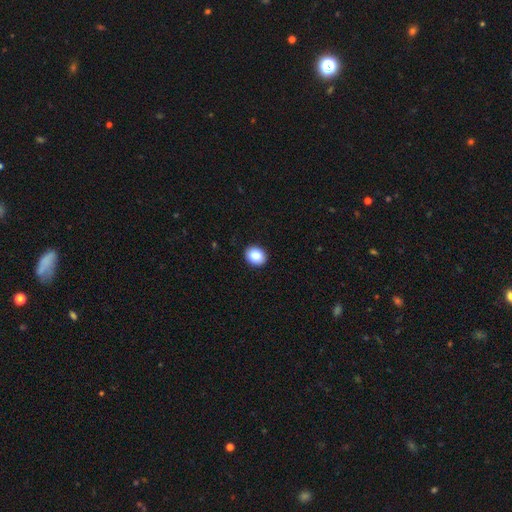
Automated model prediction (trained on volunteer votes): Overall: smooth (85%). How rounded: round (60%; in between 39%). Merging: none (92%).